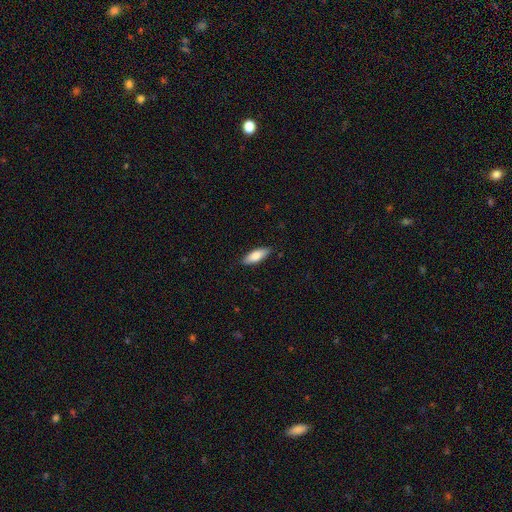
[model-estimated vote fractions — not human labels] Morphology: type=smooth (75%); roundness=in between (65%); merging=none (88%).